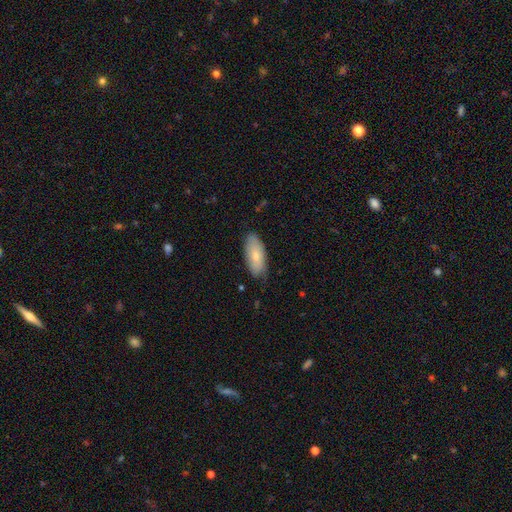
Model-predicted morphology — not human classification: Smooth or featured? Predicted: smooth (p=0.77). How rounded? Predicted: in between (p=0.85). Merging? Predicted: none (p=0.73).